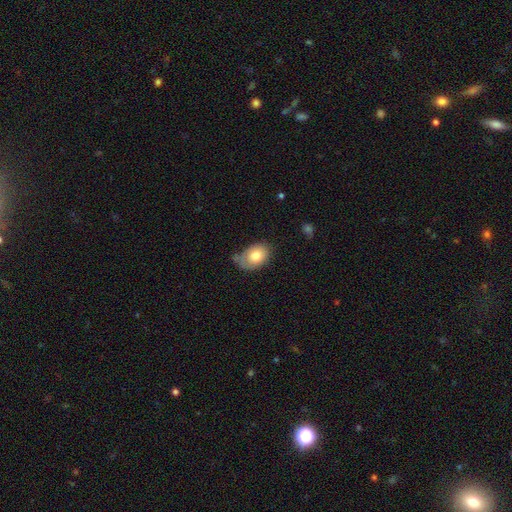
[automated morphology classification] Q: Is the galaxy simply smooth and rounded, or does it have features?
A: smooth — 76%.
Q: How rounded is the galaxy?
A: in between — 80%.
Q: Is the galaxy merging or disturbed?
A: none — 52%.